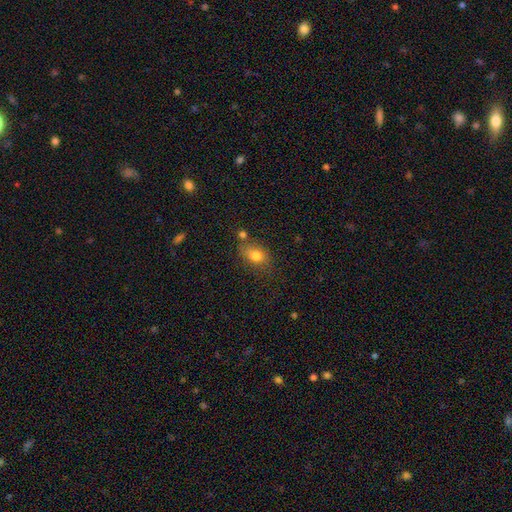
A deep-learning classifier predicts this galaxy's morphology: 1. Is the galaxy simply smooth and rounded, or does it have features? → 79% smooth, 10% featured or disk, 10% star or artifact.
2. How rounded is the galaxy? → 75% in between, 23% round, 2% cigar-shaped.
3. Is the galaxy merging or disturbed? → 64% none, 18% minor disturbance, 13% merger, 6% major disturbance.